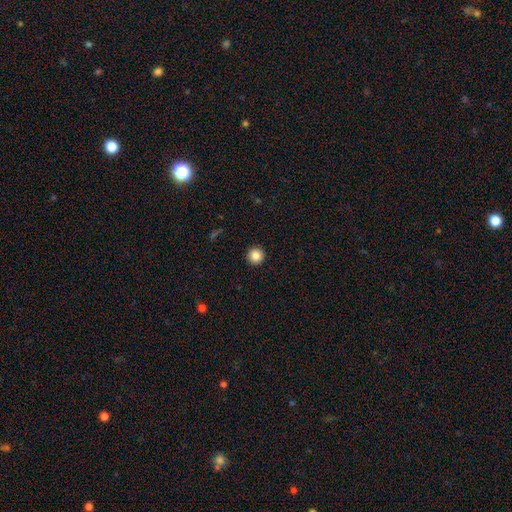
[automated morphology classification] smooth_or_featured: smooth (p=0.85) [alt: star or artifact p=0.10]
how_rounded: round (p=0.96) [alt: in between p=0.03]
merging: none (p=0.94) [alt: minor disturbance p=0.04]